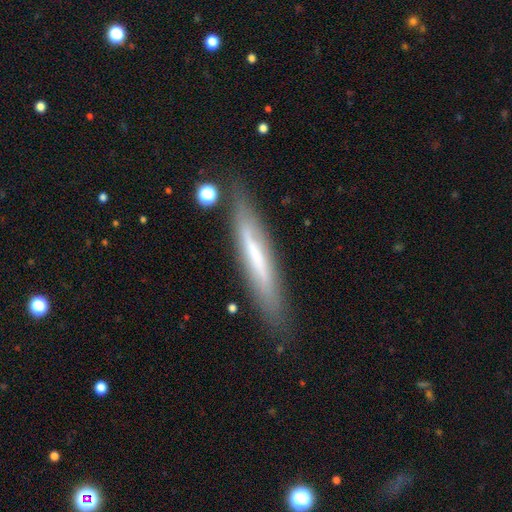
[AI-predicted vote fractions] Smooth or featured? featured or disk (48%)
Merging? none (80%)